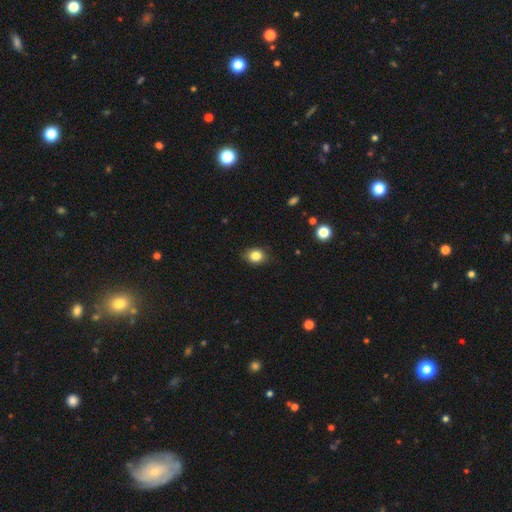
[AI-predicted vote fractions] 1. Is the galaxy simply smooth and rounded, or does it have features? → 84% smooth, 10% star or artifact, 6% featured or disk.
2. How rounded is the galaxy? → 50% in between, 49% round, 1% cigar-shaped.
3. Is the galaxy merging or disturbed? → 85% none, 11% minor disturbance, 2% major disturbance, 1% merger.